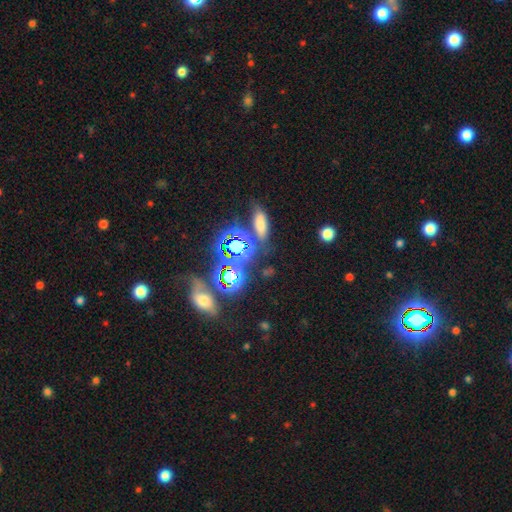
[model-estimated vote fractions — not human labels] star or artifact 62%, smooth 24%, featured or disk 14%.